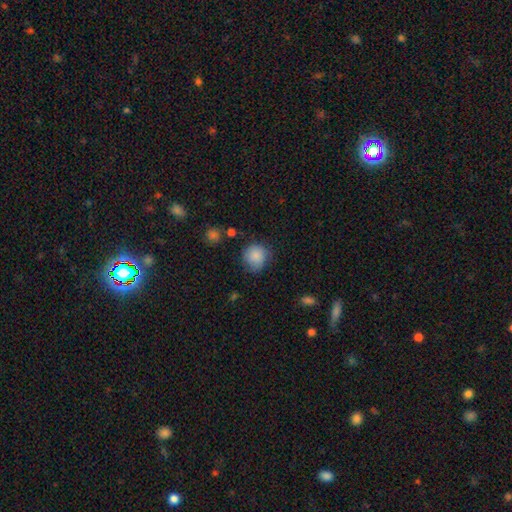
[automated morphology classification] This appears to be a smooth galaxy with no disk features (86%) that is round (88%). Merging: none (73%).